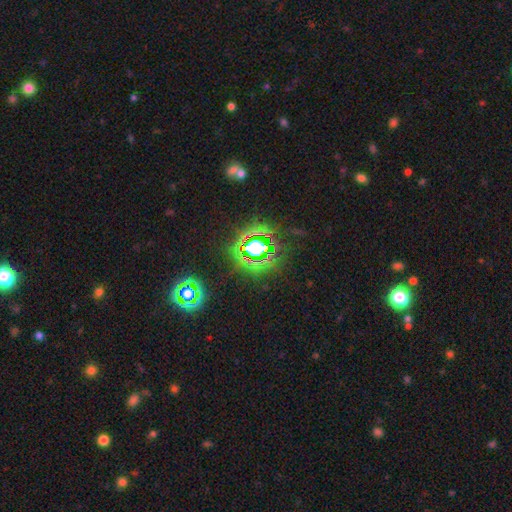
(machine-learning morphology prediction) Smooth or featured? Predicted: star or artifact (p=0.82).